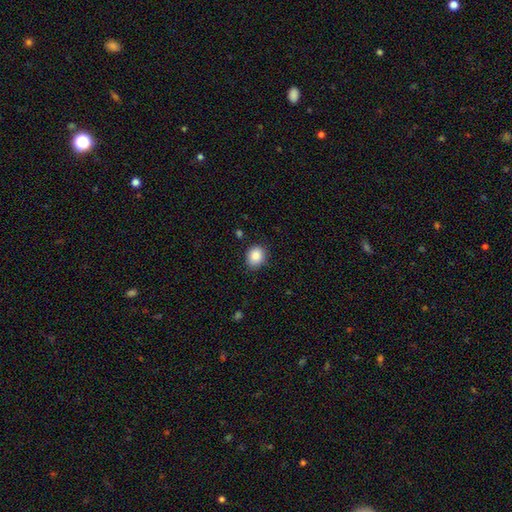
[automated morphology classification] smooth_or_featured: smooth (p=0.87) [alt: star or artifact p=0.09]
how_rounded: round (p=0.62) [alt: in between p=0.37]
merging: none (p=0.84) [alt: minor disturbance p=0.12]